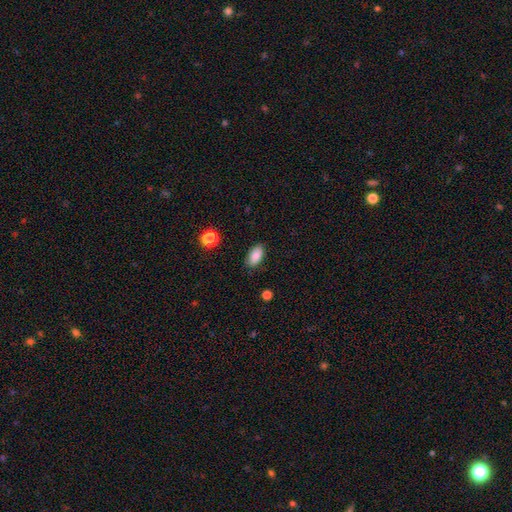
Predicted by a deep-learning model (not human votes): Smooth or featured: smooth — 87% (star or artifact — 8%)
How rounded: in between — 92% (round — 4%)
Merging: none — 83% (minor disturbance — 13%)